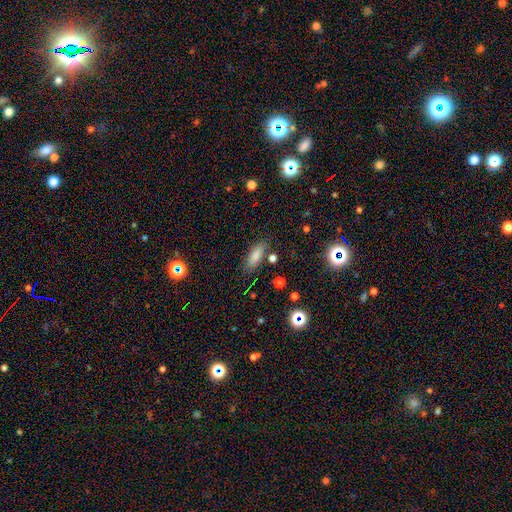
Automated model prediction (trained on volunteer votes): Overall: smooth (81%). How rounded: in between (70%). Merging: none (81%).